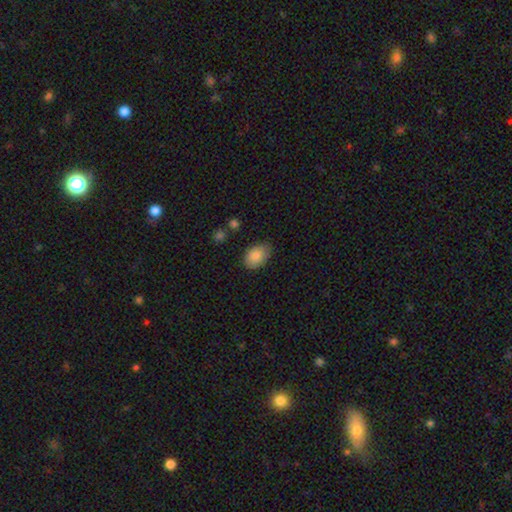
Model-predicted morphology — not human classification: Overall: smooth (86%). How rounded: in between (83%). Merging: none (76%).